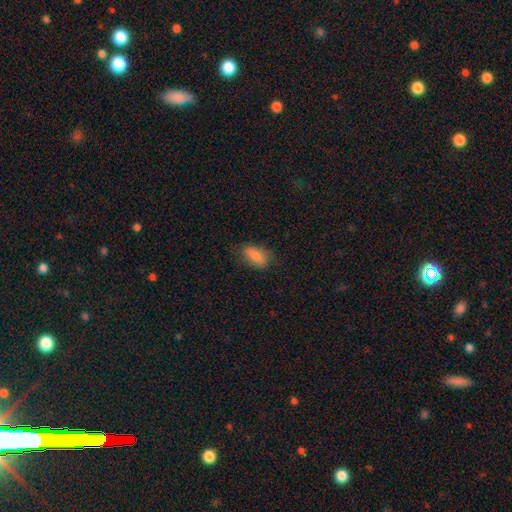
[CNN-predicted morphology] Smooth or featured? smooth (80%)
How rounded? in between (86%)
Merging? none (70%)